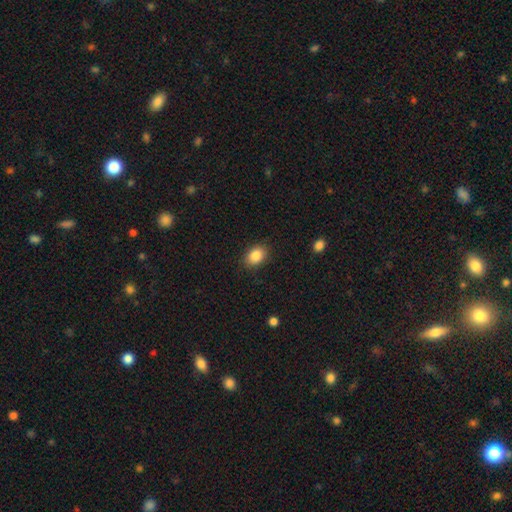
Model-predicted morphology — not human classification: The model was most divided on "how rounded": in between: 75%, round: 24%, cigar-shaped: 1%. More confident: merging — none (87%); smooth or featured — smooth (87%).